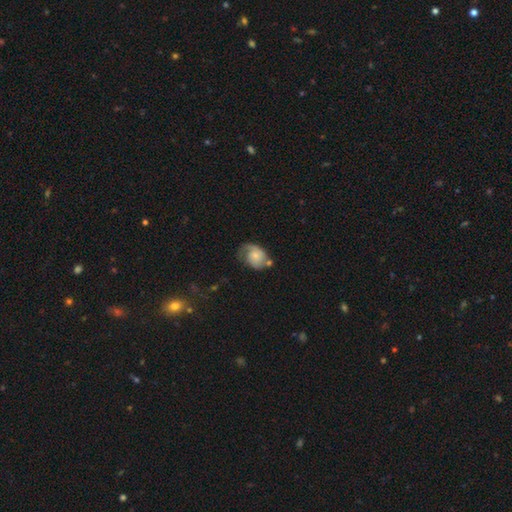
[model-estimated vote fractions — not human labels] Smooth or featured: featured or disk — 52% (smooth — 40%)
Edge-on disk: no — 97% (yes — 3%)
Bar: no — 74% (weak — 23%)
Spiral arms: yes — 84% (no — 16%)
Bulge size: small — 50% (moderate — 31%)
Merging: none — 40% (minor disturbance — 30%)